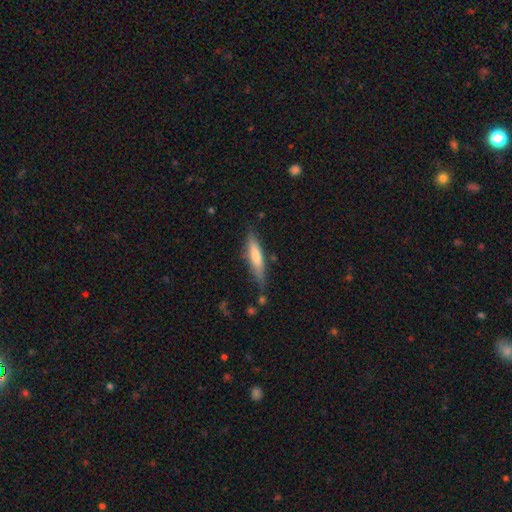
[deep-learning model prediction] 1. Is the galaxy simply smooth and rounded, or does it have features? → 61% smooth, 33% featured or disk, 6% star or artifact.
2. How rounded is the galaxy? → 84% cigar-shaped, 14% in between, 1% round.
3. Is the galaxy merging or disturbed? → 75% none, 18% minor disturbance, 4% major disturbance, 3% merger.